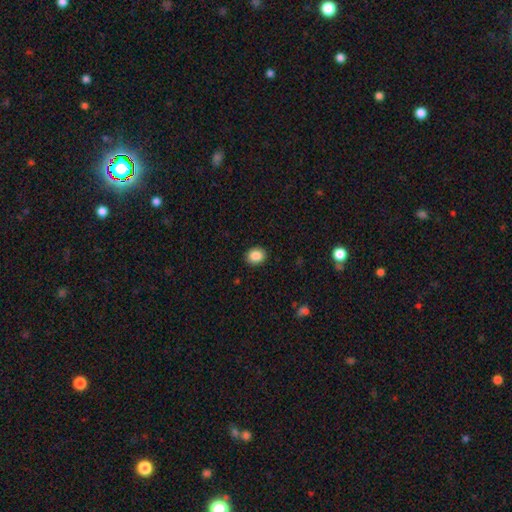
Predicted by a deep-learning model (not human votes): smooth 87%, star or artifact 9%, featured or disk 4%. Down the decision tree: how rounded — round (60%); merging — none (90%).